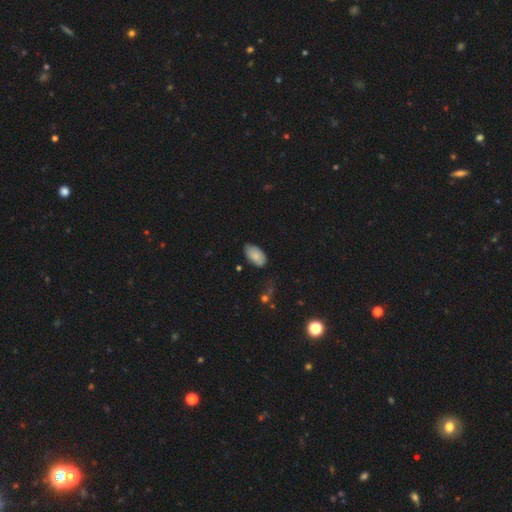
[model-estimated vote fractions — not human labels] Smooth or featured? Predicted: smooth (p=0.81). How rounded? Predicted: in between (p=0.95). Merging? Predicted: none (p=0.68).